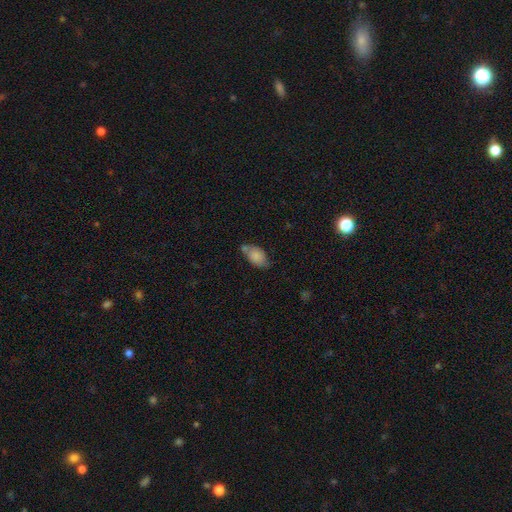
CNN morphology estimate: Smooth or featured?
  - smooth: 81% *
  - featured or disk: 12%
  - star or artifact: 8%
How rounded?
  - in between: 91% *
  - round: 6%
  - cigar-shaped: 3%
Merging?
  - none: 48% *
  - minor disturbance: 26%
  - merger: 19%
  - major disturbance: 7%